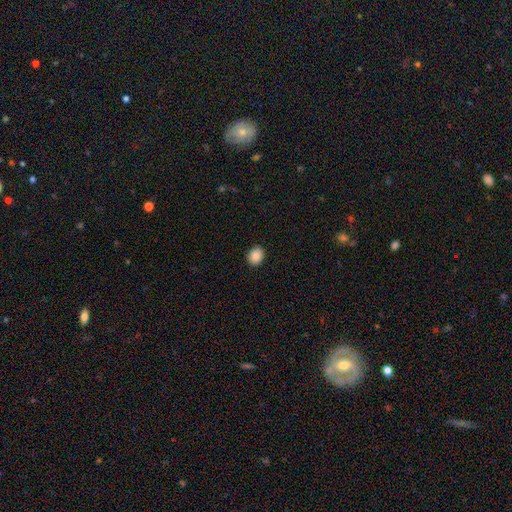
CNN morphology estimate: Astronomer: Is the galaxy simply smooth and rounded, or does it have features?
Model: smooth — 89%.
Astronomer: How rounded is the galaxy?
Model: in between — 50%, tied with round at 50%.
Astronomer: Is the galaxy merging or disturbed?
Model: none — 91%.